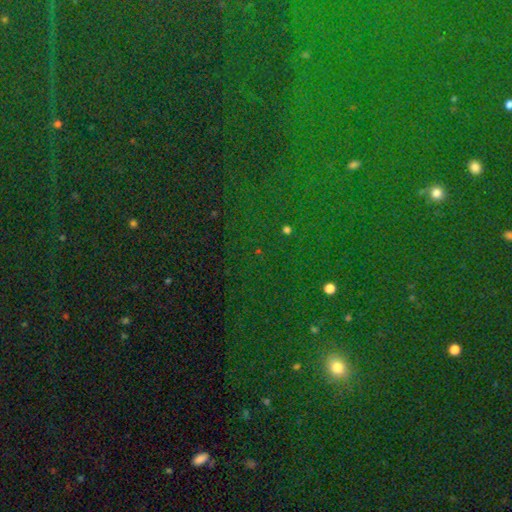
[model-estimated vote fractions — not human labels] This is likely a star or artifact rather than a galaxy (75%).